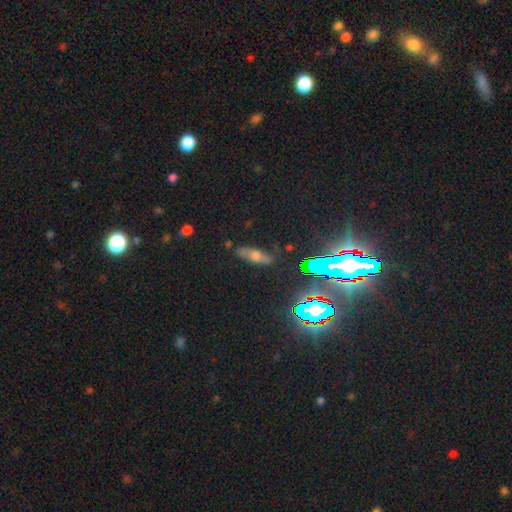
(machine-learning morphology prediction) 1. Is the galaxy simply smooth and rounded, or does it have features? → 39% smooth, 33% featured or disk, 28% star or artifact.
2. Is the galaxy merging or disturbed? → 76% none, 16% minor disturbance, 6% major disturbance, 3% merger.